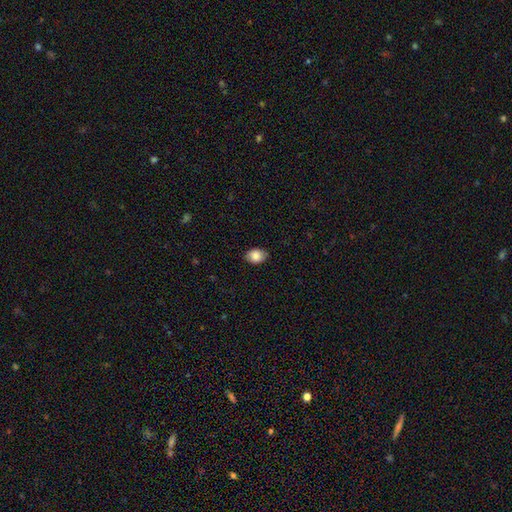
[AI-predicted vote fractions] A smooth galaxy with no disk features (87%) that is in between round and cigar-shaped (70%).

Vote fractions:
- Smooth or featured? smooth: 87% / star or artifact: 8% / featured or disk: 6%
- How rounded? in between: 70% / round: 29% / cigar-shaped: 1%
- Merging? none: 84% / minor disturbance: 13% / major disturbance: 2% / merger: 1%